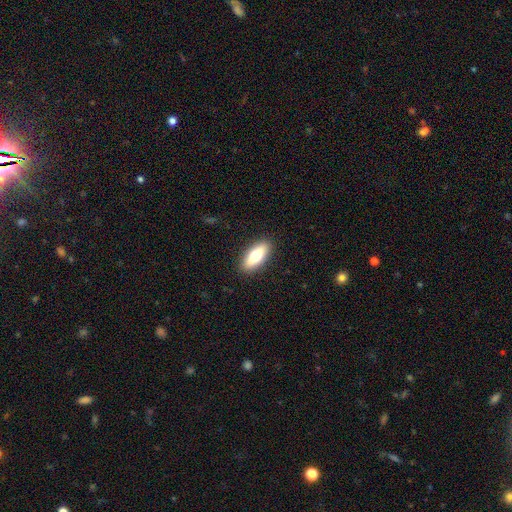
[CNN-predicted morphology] Overall: smooth (68%). How rounded: in between (71%). Merging: none (89%).